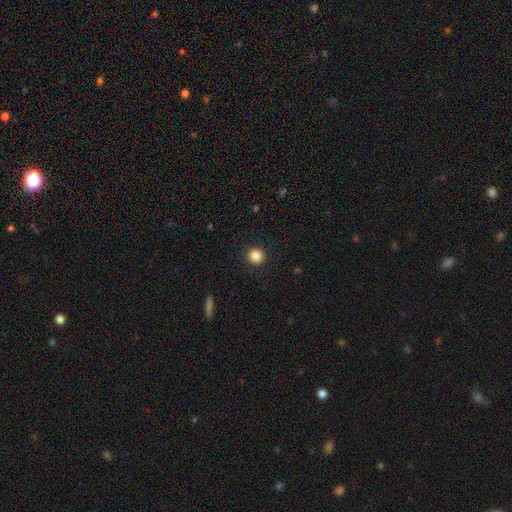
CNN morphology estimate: A smooth galaxy with no disk features (86%) that is round (94%). Merging: none (92%).